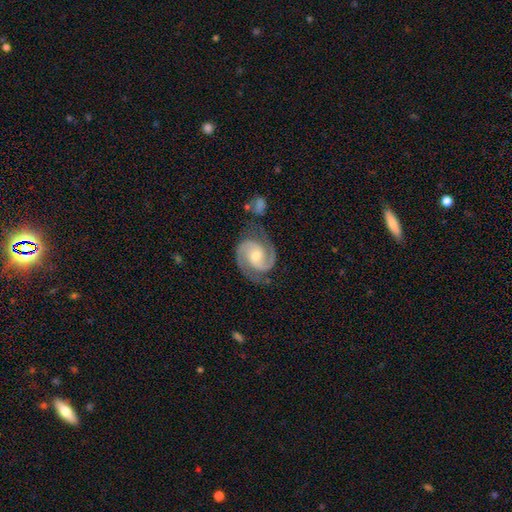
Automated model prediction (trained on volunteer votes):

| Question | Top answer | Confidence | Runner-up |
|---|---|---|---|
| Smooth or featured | featured or disk | 91% | star or artifact (4%) |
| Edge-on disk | no | 98% | yes (2%) |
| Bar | no | 53% | weak (35%) |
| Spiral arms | yes | 98% | no (2%) |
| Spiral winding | medium | 54% | tight (38%) |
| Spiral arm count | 2 | 93% | 3 (2%) |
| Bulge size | moderate | 56% | small (38%) |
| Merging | none | 76% | minor disturbance (15%) |